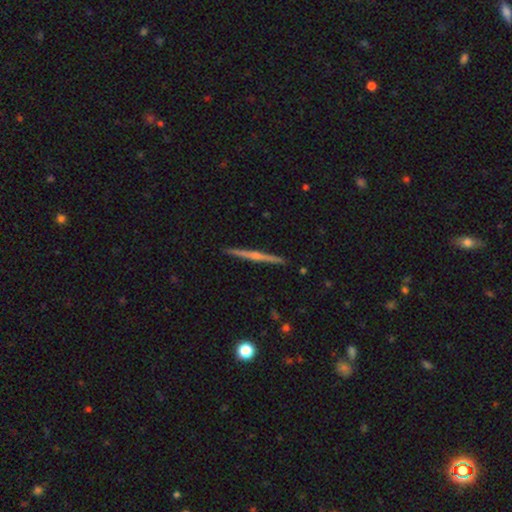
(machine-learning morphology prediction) A featured or disk galaxy (72%) viewed edge-on (99%) with a rounded central bulge (72%). Merging: none (92%).